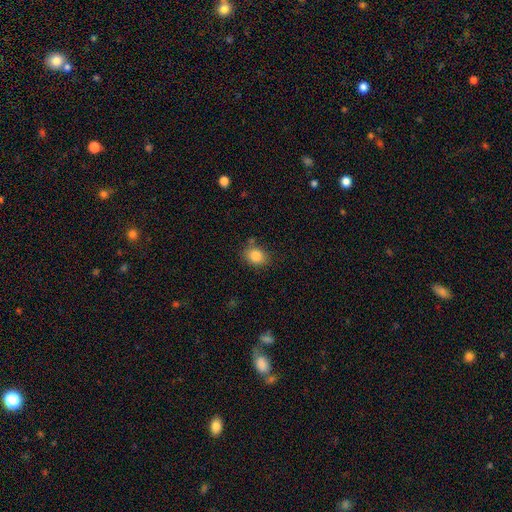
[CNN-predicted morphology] Q: Smooth or featured?
A: smooth (85%); runner-up: star or artifact (9%)
Q: How rounded?
A: in between (52%); runner-up: round (47%)
Q: Merging?
A: none (75%); runner-up: minor disturbance (16%)